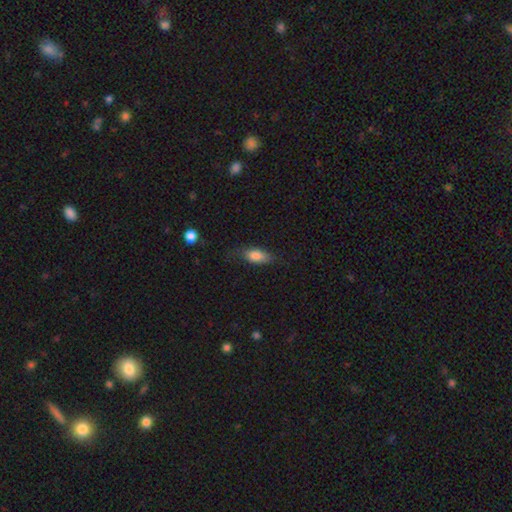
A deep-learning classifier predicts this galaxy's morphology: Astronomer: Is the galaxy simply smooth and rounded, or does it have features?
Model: smooth — 81%.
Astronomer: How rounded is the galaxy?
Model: in between — 85%.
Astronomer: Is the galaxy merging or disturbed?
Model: none — 66%.